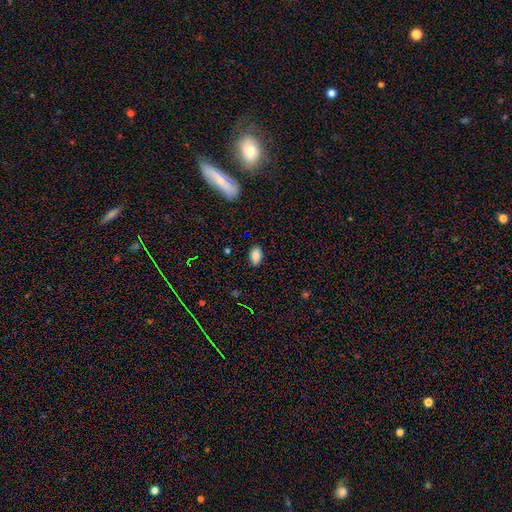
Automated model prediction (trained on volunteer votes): Overall: smooth (85%). How rounded: in between (90%). Merging: none (86%).